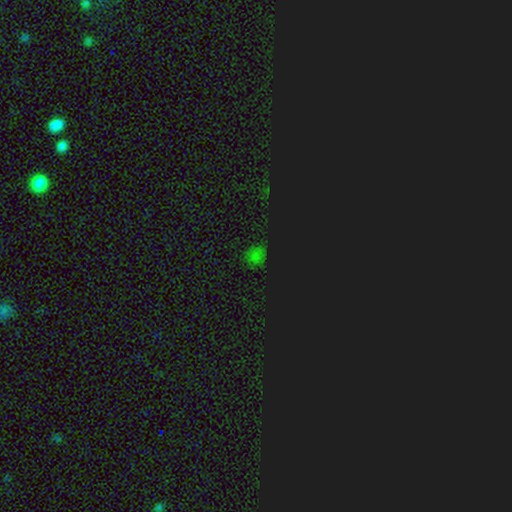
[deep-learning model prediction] A star or artifact, not a galaxy (52%).